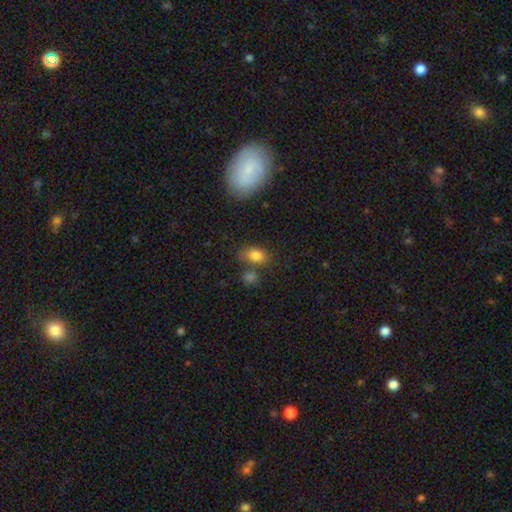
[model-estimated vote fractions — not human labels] This appears to be a smooth galaxy with no disk features (81%) that is in between round and cigar-shaped (80%). Merging: none (60%).